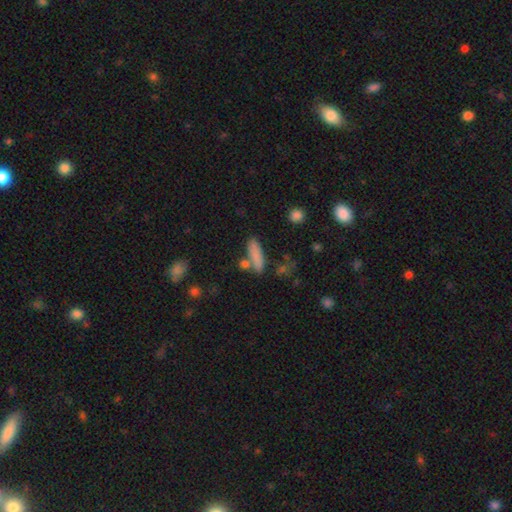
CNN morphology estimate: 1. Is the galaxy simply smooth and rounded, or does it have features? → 81% smooth, 10% featured or disk, 9% star or artifact.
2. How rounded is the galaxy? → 61% cigar-shaped, 35% in between, 3% round.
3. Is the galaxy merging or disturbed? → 67% none, 15% merger, 14% minor disturbance, 5% major disturbance.